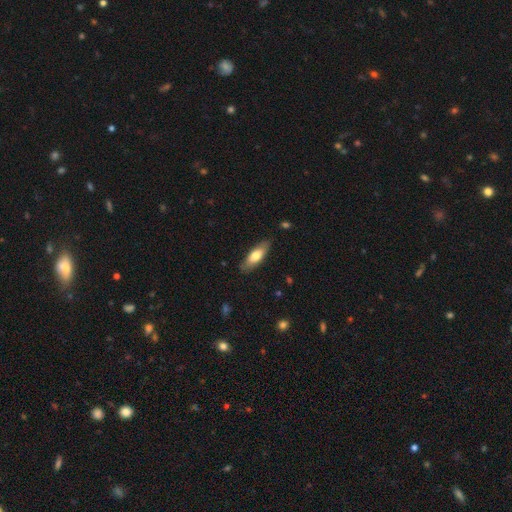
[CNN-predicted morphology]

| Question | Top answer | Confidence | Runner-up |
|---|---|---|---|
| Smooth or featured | smooth | 69% | featured or disk (25%) |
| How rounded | in between | 62% | cigar-shaped (36%) |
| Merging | none | 85% | minor disturbance (11%) |